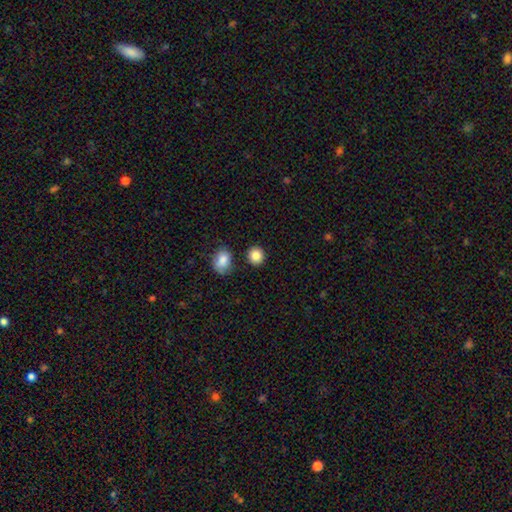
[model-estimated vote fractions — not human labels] smooth_or_featured: smooth (p=0.86) [alt: star or artifact p=0.09]
how_rounded: round (p=0.85) [alt: in between p=0.14]
merging: none (p=0.85) [alt: minor disturbance p=0.08]